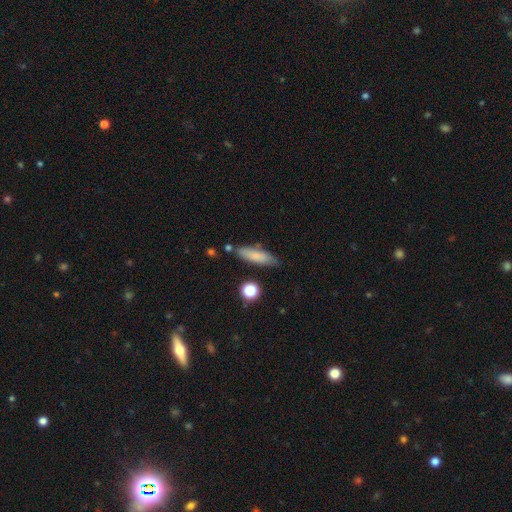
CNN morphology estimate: Smooth or featured?
  - smooth: 79% *
  - featured or disk: 14%
  - star or artifact: 8%
How rounded?
  - cigar-shaped: 61% *
  - in between: 37%
  - round: 2%
Merging?
  - none: 76% *
  - minor disturbance: 15%
  - merger: 5%
  - major disturbance: 3%